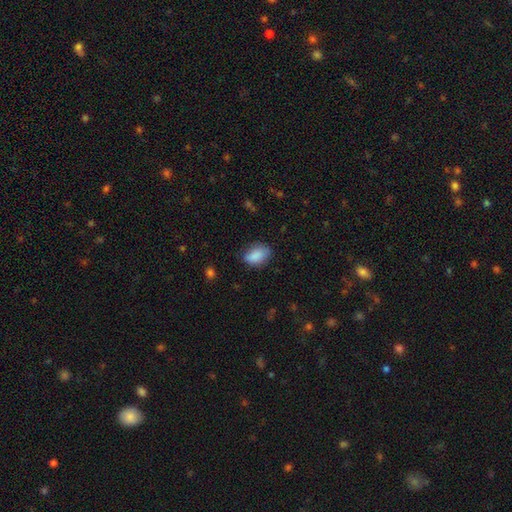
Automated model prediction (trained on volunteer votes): This appears to be a smooth galaxy with no disk features (88%) that is in between round and cigar-shaped (87%). Merging: none (70%).